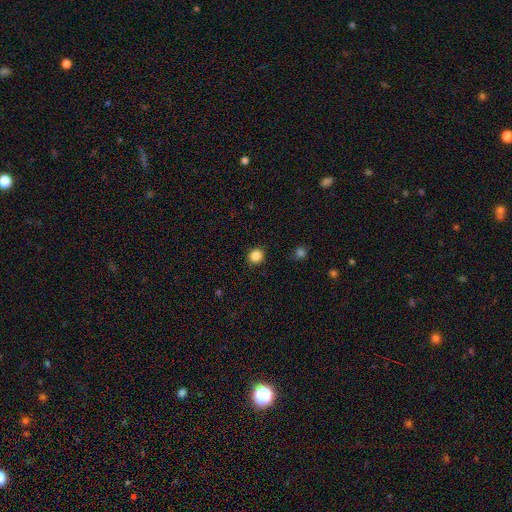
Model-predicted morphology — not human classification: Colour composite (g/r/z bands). It shows a smooth galaxy with no disk features (85%) that is round (90%). Merging: none (90%).